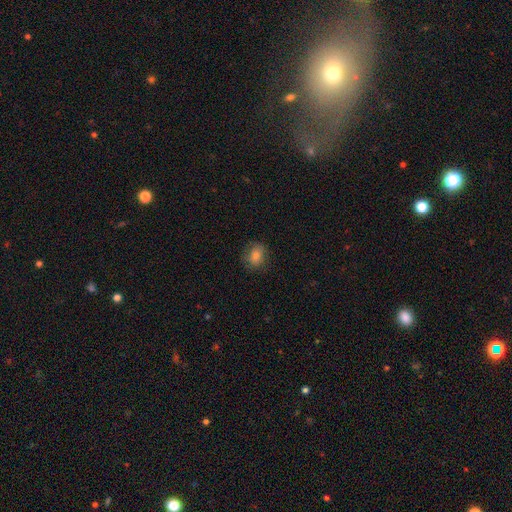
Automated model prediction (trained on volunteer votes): Smooth or featured: smooth — 78% (featured or disk — 12%)
How rounded: round — 61% (in between — 37%)
Merging: none — 79% (minor disturbance — 15%)